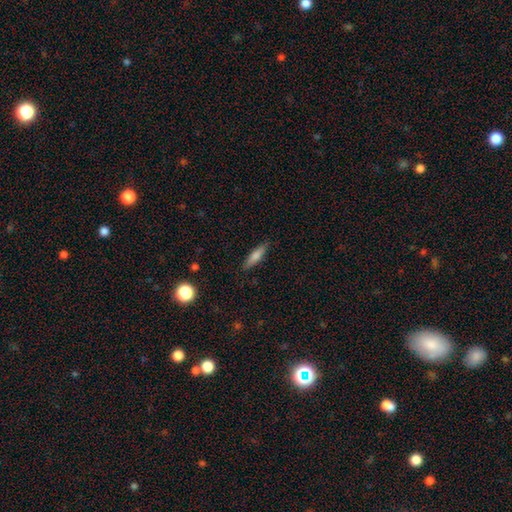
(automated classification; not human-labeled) The model was most divided on "smooth or featured": smooth: 68%, featured or disk: 25%, star or artifact: 7%. More confident: merging — none (87%); how rounded — cigar-shaped (77%).